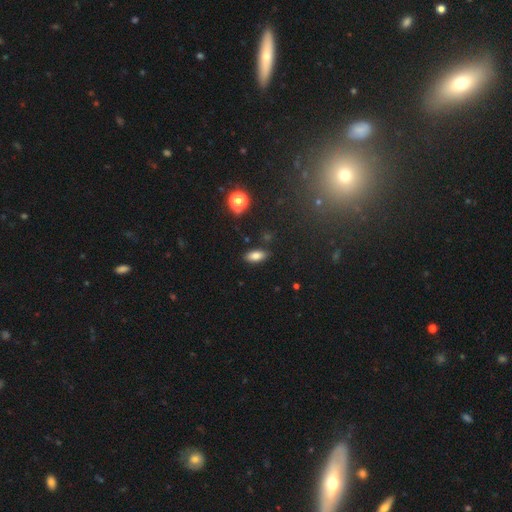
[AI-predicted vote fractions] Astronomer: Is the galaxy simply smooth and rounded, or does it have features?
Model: smooth — 80%.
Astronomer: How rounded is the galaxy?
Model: in between — 86%.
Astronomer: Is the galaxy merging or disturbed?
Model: none — 85%.